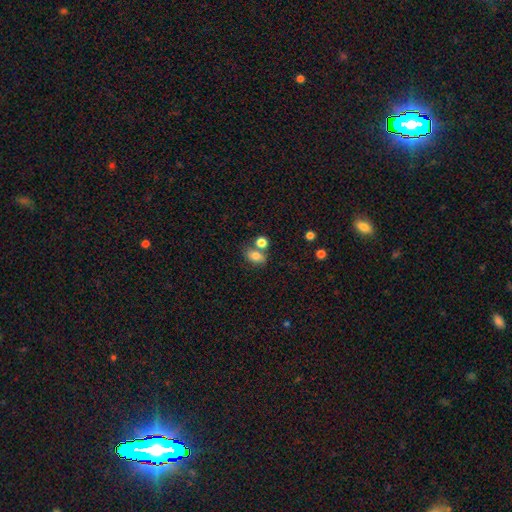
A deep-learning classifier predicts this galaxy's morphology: smooth-or-featured: smooth: 77% | featured or disk: 12% | star or artifact: 11%
  how-rounded: in between: 72% | round: 26% | cigar-shaped: 2%
  merging: none: 52% | merger: 28% | minor disturbance: 14% | major disturbance: 5%